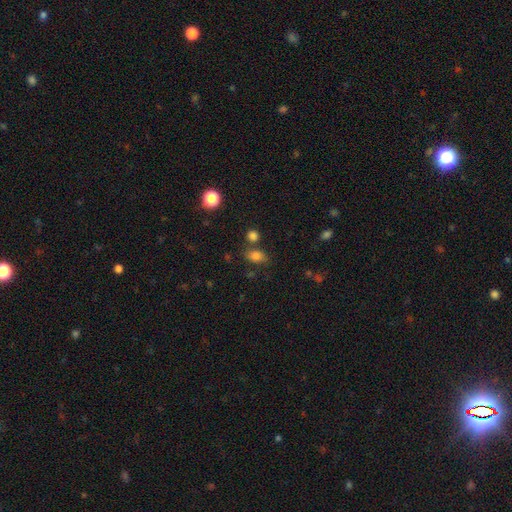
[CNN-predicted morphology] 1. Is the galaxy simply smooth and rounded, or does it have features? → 79% smooth, 14% star or artifact, 7% featured or disk.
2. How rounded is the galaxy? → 73% in between, 25% round, 2% cigar-shaped.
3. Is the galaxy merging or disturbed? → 64% none, 16% minor disturbance, 14% merger, 6% major disturbance.